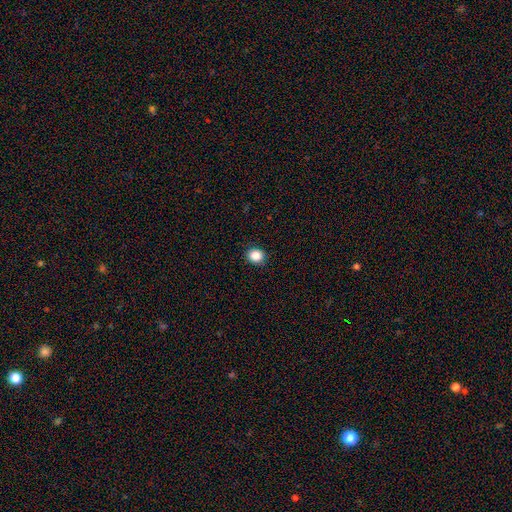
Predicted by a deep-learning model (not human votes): The model was most divided on "how rounded": round: 80%, in between: 19%, cigar-shaped: 1%. More confident: merging — none (91%); smooth or featured — smooth (87%).